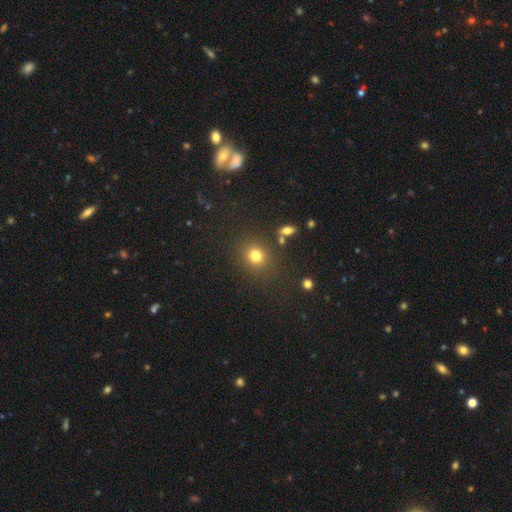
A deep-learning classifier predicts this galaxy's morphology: Smooth or featured? smooth (78%)
How rounded? round (80%)
Merging? none (82%)